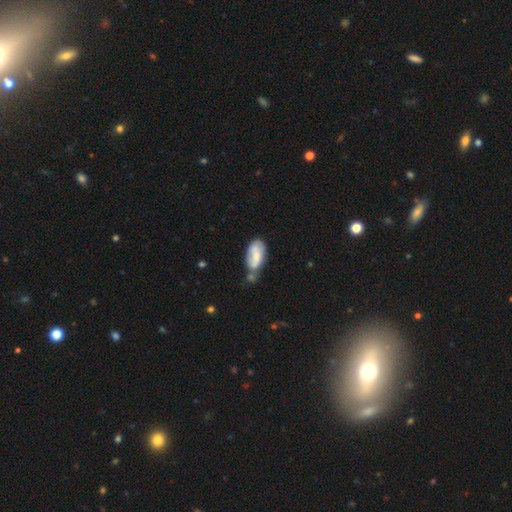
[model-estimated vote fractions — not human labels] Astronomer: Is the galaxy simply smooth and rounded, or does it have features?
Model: smooth — 66%.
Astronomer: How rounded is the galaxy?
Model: in between — 91%.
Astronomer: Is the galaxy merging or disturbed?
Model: none — 34% (runner-up: merger, 28%).